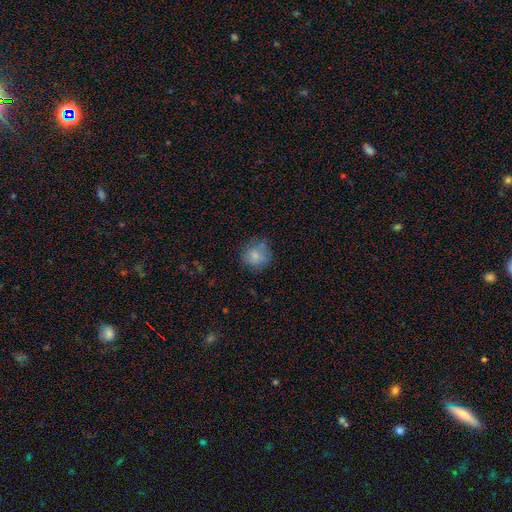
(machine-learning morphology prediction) Smooth or featured? Predicted: smooth (p=0.82). How rounded? Predicted: round (p=0.86). Merging? Predicted: none (p=0.74).